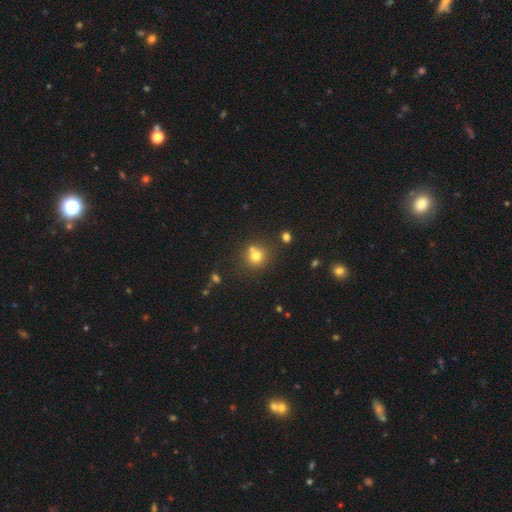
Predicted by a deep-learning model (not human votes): Morphology: type=smooth (73%); roundness=round (89%); merging=none (65%).